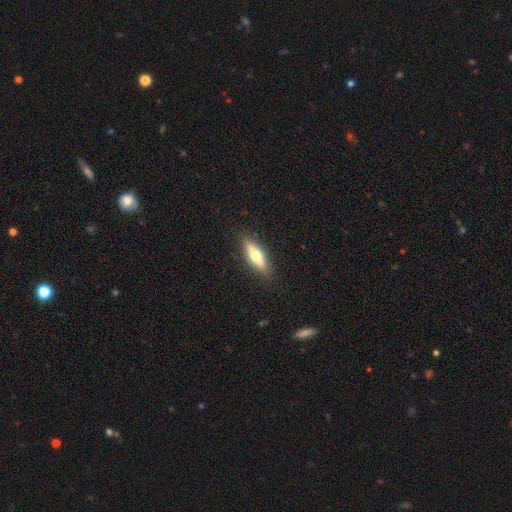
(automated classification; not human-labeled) The model was most divided on "smooth or featured": smooth: 55%, featured or disk: 39%, star or artifact: 6%. More confident: merging — none (88%); how rounded — cigar-shaped (59%).